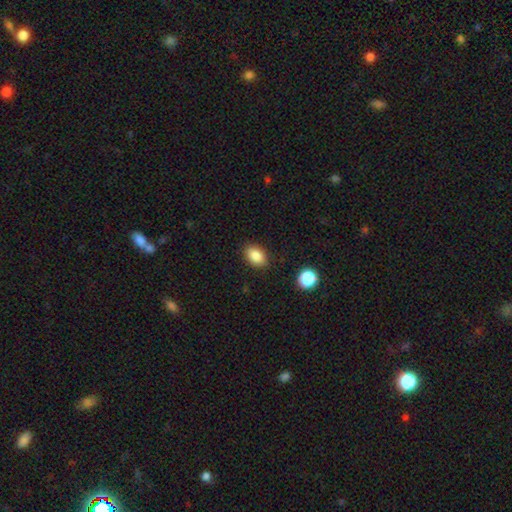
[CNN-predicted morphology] This appears to be a smooth galaxy with no disk features (86%) that is in between round and cigar-shaped (84%). Merging: none (86%).